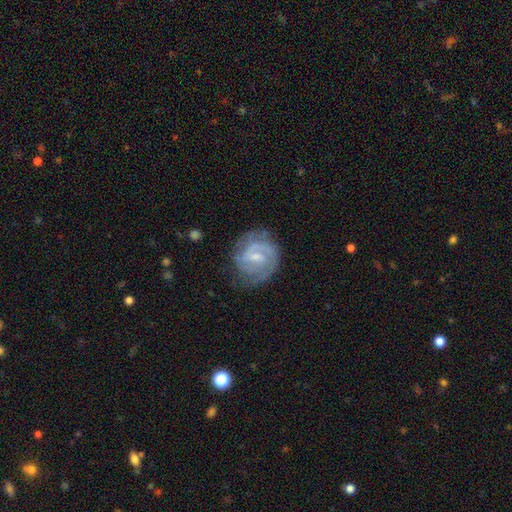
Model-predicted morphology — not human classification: Smooth or featured? featured or disk (81%)
Edge-on disk? no (98%)
Bar? weak (61%)
Spiral arms? yes (94%)
Spiral winding? tight (56%)
Spiral arm count? 2 (59%)
Bulge size? small (59%)
Merging? none (69%)